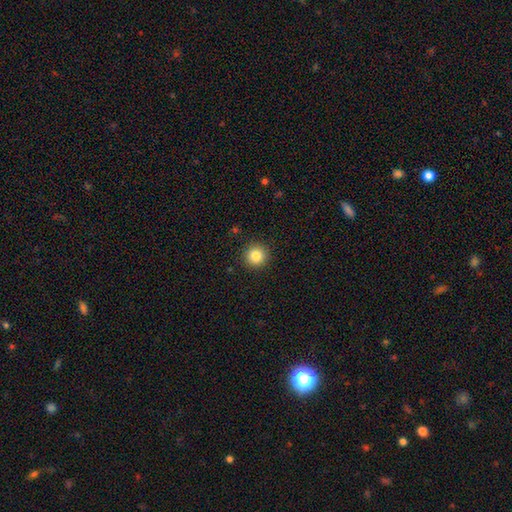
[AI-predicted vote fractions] smooth_or_featured: smooth (p=0.85) [alt: star or artifact p=0.10]
how_rounded: round (p=0.95) [alt: in between p=0.04]
merging: none (p=0.92) [alt: minor disturbance p=0.05]